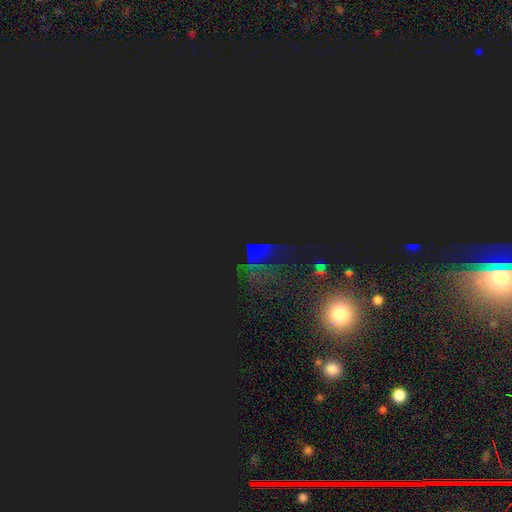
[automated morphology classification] smooth-or-featured: star or artifact: 76% | smooth: 13% | featured or disk: 11%